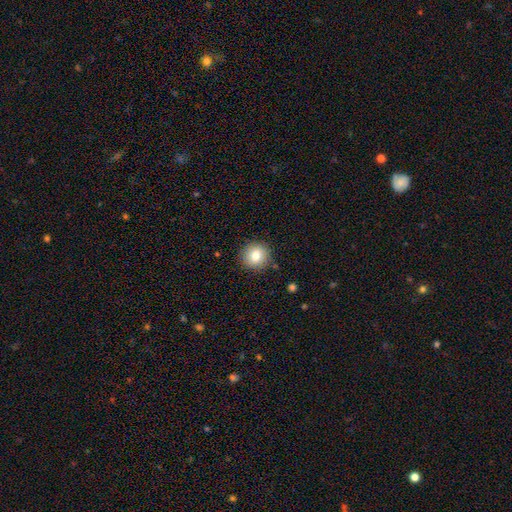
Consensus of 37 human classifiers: Smooth or featured?
  - smooth: 89% *
  - featured or disk: 5%
  - star or artifact: 5%
How rounded?
  - round: 100% *
  - in between: 0%
  - cigar-shaped: 0%
Merging?
  - none: 94% *
  - major disturbance: 6%
  - minor disturbance: 0%
  - merger: 0%